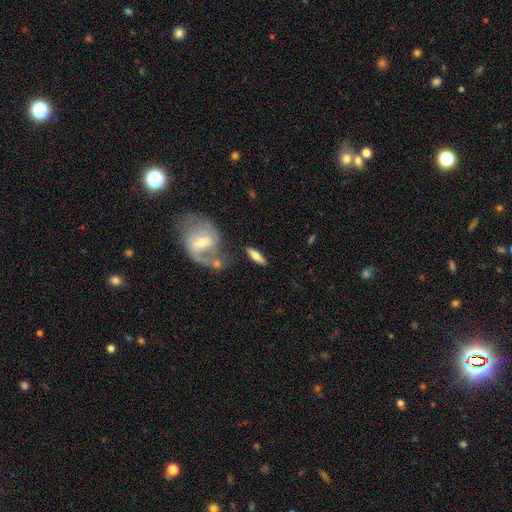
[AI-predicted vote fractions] Q: Smooth or featured?
A: smooth (60%); runner-up: featured or disk (34%)
Q: How rounded?
A: cigar-shaped (54%); runner-up: in between (42%)
Q: Merging?
A: none (67%); runner-up: minor disturbance (14%)